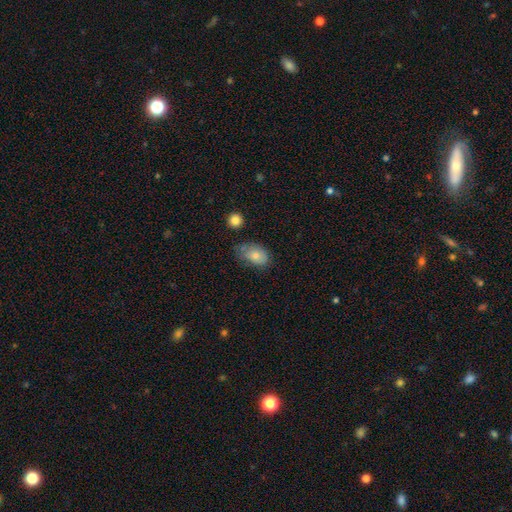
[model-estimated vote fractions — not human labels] smooth-or-featured: smooth: 79% | featured or disk: 13% | star or artifact: 8%
  how-rounded: in between: 87% | round: 12% | cigar-shaped: 1%
  merging: none: 54% | minor disturbance: 32% | major disturbance: 9% | merger: 5%